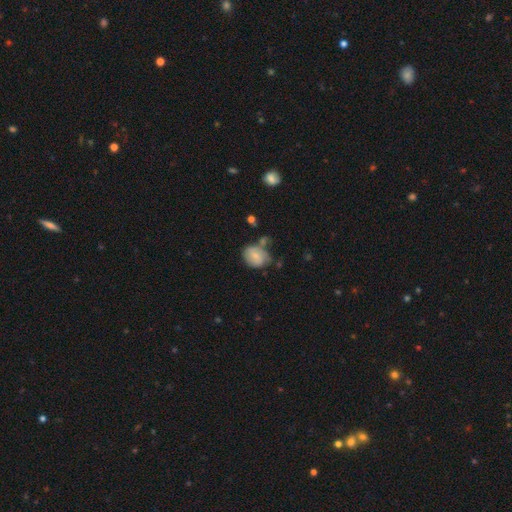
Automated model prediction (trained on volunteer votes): This appears to be a smooth galaxy with no disk features (63%) that is in between round and cigar-shaped (50%). Merging: none (47%).